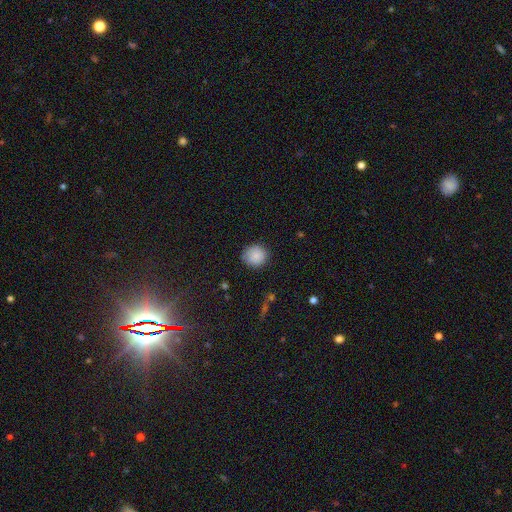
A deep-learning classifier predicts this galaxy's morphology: Smooth or featured? Predicted: smooth (p=0.86). How rounded? Predicted: round (p=0.91). Merging? Predicted: none (p=0.84).